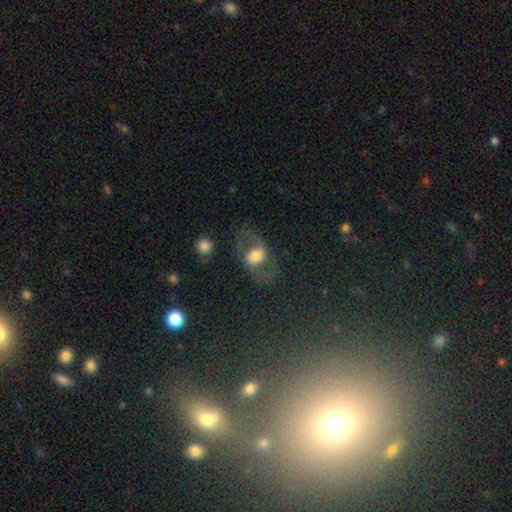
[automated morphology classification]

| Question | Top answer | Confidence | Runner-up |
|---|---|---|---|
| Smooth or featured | featured or disk | 54% | smooth (37%) |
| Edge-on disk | no | 90% | yes (10%) |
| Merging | none | 63% | major disturbance (19%) |